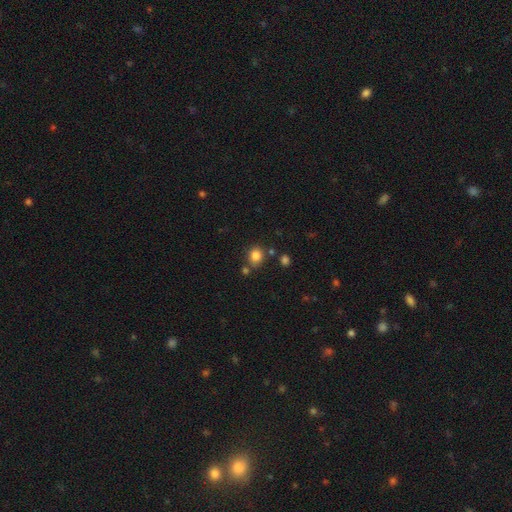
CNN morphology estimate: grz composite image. It shows a smooth galaxy with no disk features (83%) that is round (73%). Merging: none (73%).